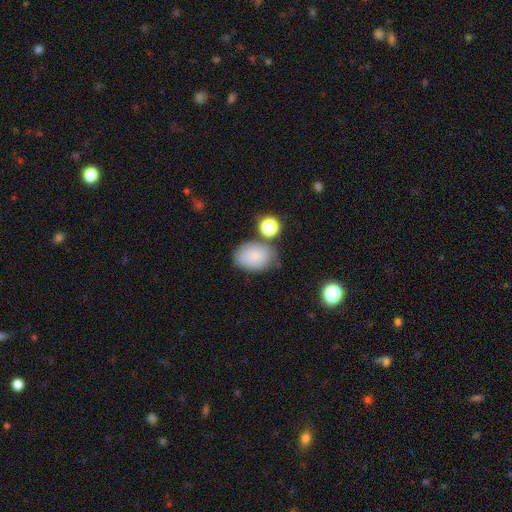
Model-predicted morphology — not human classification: A smooth galaxy with no disk features (74%) that is in between round and cigar-shaped (78%).

Vote fractions:
- Smooth or featured? smooth: 74% / featured or disk: 16% / star or artifact: 10%
- How rounded? in between: 78% / round: 21% / cigar-shaped: 1%
- Merging? none: 61% / minor disturbance: 22% / merger: 10% / major disturbance: 7%